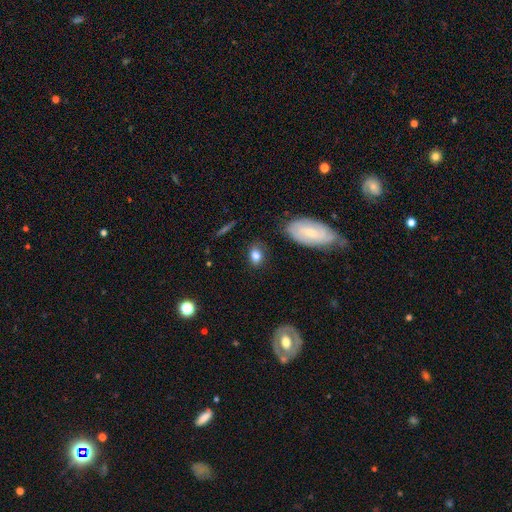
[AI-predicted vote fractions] This is likely a smooth galaxy (80%). How rounded: likely in between (75%). Merging: likely none (76%).